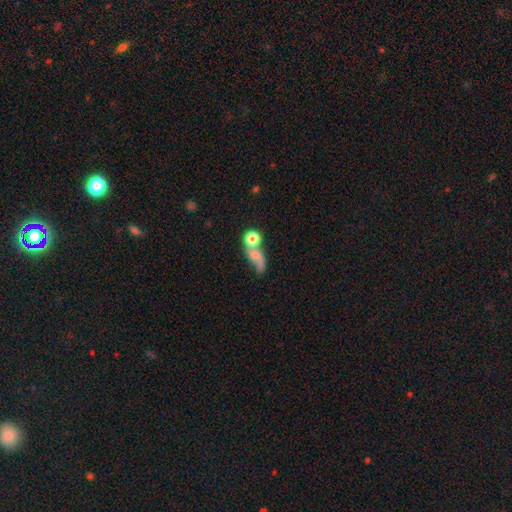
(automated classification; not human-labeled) Overall: smooth (50%; featured or disk 36%). How rounded: in between (50%; round 38%). Merging: merger (45%; none 24%).